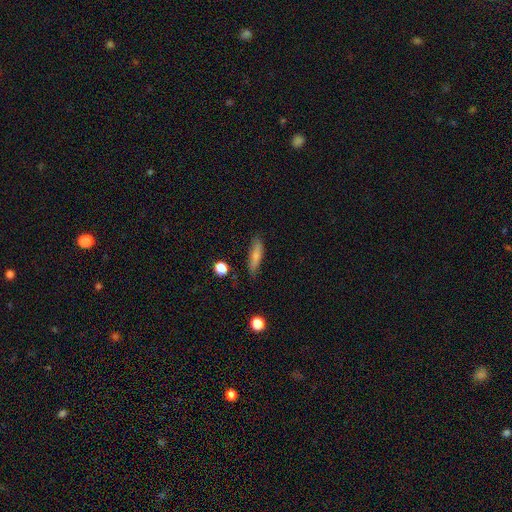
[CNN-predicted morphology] This appears to be a smooth galaxy with no disk features (75%) that is cigar-shaped (70%). Merging: none (80%).